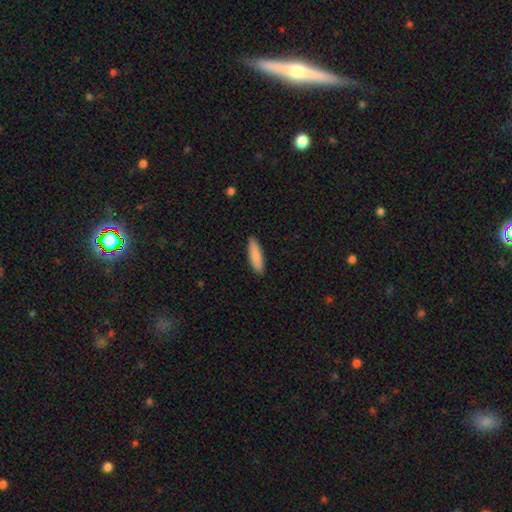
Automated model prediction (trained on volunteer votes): Smooth or featured? Predicted: smooth (p=0.87). How rounded? Predicted: cigar-shaped (p=0.63). Merging? Predicted: none (p=0.89).